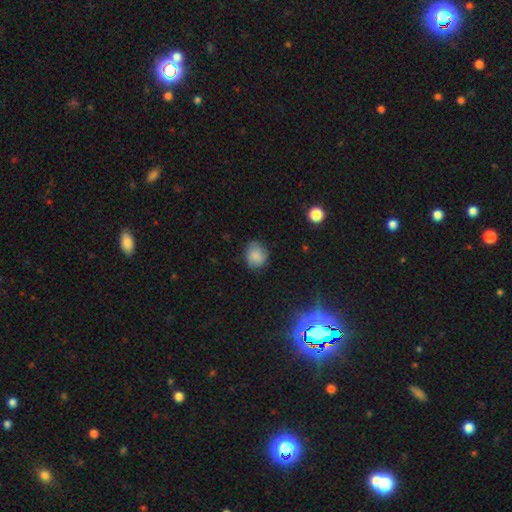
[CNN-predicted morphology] smooth-or-featured: smooth: 82% | star or artifact: 10% | featured or disk: 8%
  how-rounded: round: 68% | in between: 31% | cigar-shaped: 1%
  merging: none: 74% | minor disturbance: 21% | major disturbance: 4% | merger: 1%